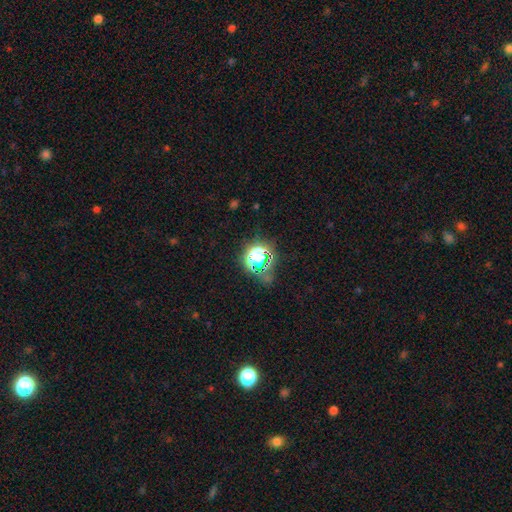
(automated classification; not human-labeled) Overall: star or artifact (68%).